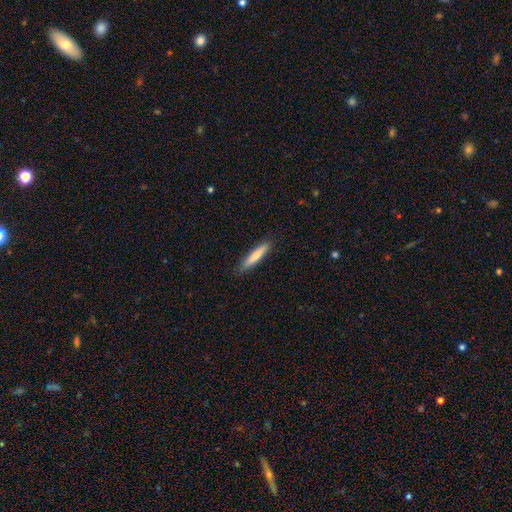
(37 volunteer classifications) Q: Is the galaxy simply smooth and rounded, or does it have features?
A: smooth — 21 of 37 (57%).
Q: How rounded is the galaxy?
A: cigar-shaped — 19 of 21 (90%).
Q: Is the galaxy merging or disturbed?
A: none — 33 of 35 (94%).